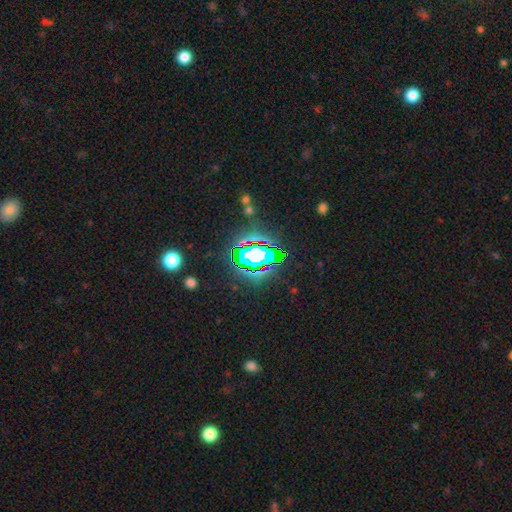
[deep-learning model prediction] A star or artifact, not a galaxy (72%).

Vote fractions:
- Smooth or featured? star or artifact: 72% / smooth: 15% / featured or disk: 12%